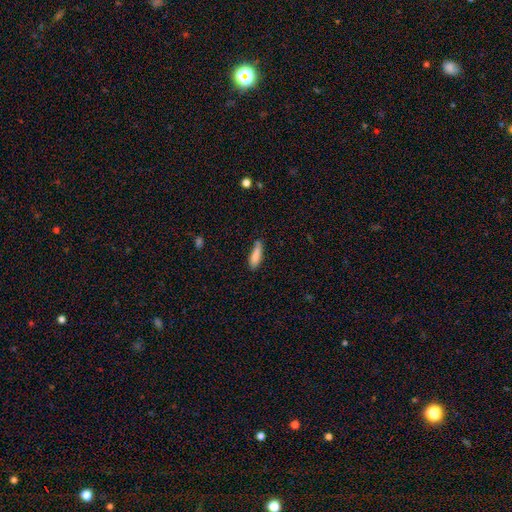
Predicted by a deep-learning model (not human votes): Overall: smooth (83%). How rounded: cigar-shaped (53%; in between 45%). Merging: none (61%; minor disturbance 29%).